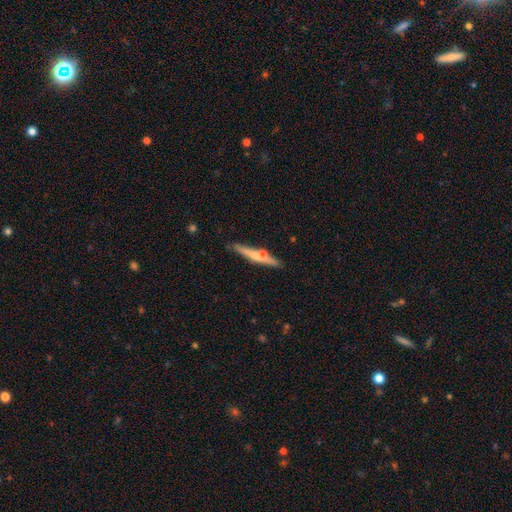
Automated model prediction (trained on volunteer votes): This appears to be a featured or disk galaxy (49%). Merging: none (74%).